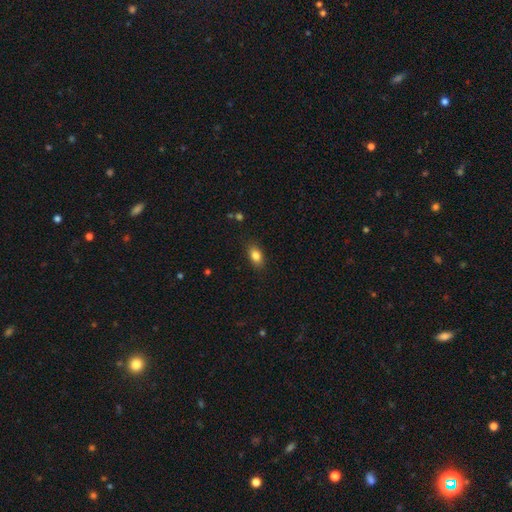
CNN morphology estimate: Smooth or featured? smooth (84%)
How rounded? in between (85%)
Merging? none (86%)